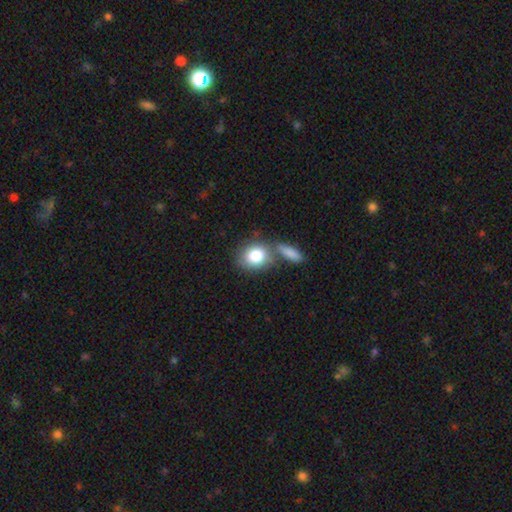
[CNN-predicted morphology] A smooth galaxy with no disk features (81%) that is round (49%, tied with in between). Merging: none (52%).